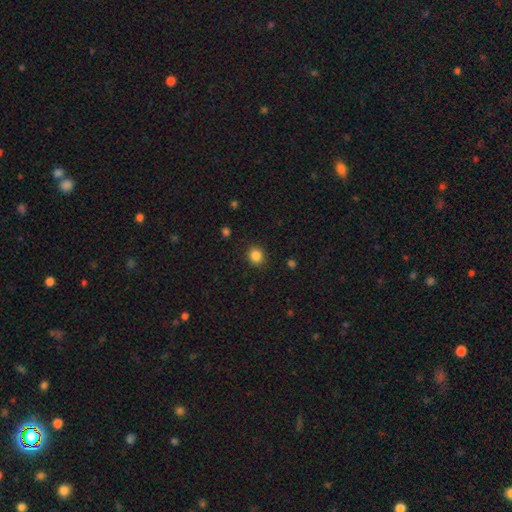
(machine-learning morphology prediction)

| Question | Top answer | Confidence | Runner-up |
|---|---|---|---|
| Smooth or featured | smooth | 86% | star or artifact (11%) |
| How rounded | round | 81% | in between (19%) |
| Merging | none | 89% | minor disturbance (7%) |